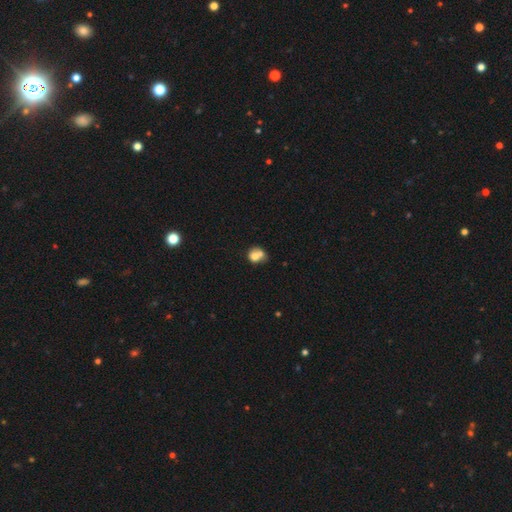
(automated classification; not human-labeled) Smooth or featured? Predicted: smooth (p=0.69). How rounded? Predicted: round (p=0.70). Merging? Predicted: merger (p=0.56).